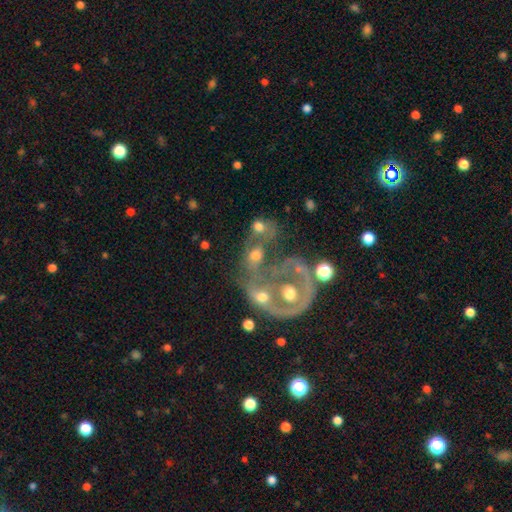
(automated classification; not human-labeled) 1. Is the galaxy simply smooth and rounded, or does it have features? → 60% featured or disk, 26% smooth, 14% star or artifact.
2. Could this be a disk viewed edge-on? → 97% no, 3% yes.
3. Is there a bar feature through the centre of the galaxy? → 87% no, 10% weak, 3% strong.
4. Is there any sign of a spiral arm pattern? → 70% no, 30% yes.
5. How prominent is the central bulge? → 49% moderate, 22% none, 17% small, 9% large, 3% dominant.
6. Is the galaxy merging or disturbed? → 54% merger, 21% none, 16% major disturbance, 9% minor disturbance.